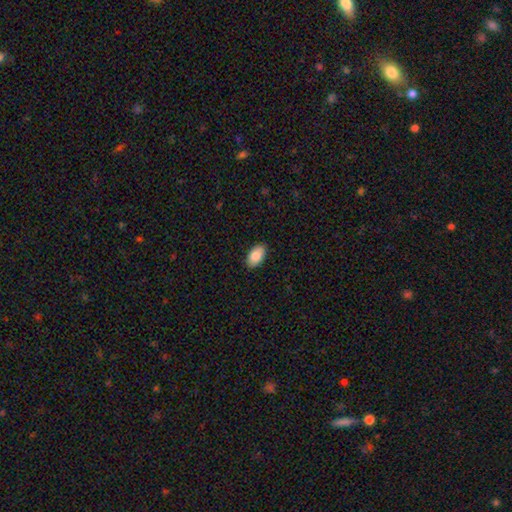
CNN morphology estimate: This appears to be a smooth galaxy with no disk features (88%) that is in between round and cigar-shaped (95%). Merging: none (89%).